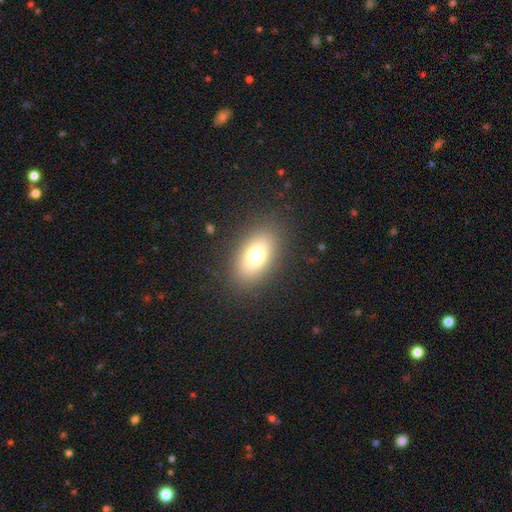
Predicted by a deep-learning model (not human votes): Smooth or featured? smooth (70%)
How rounded? in between (83%)
Merging? none (85%)